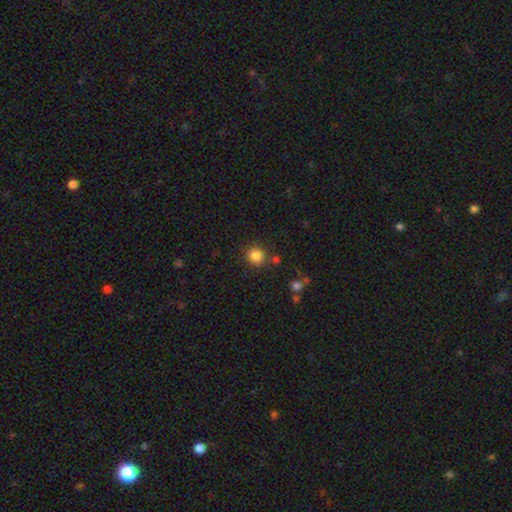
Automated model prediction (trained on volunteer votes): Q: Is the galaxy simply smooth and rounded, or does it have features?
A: smooth — 84%.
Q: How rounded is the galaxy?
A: round — 88%.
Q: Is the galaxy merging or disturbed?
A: none — 81%.